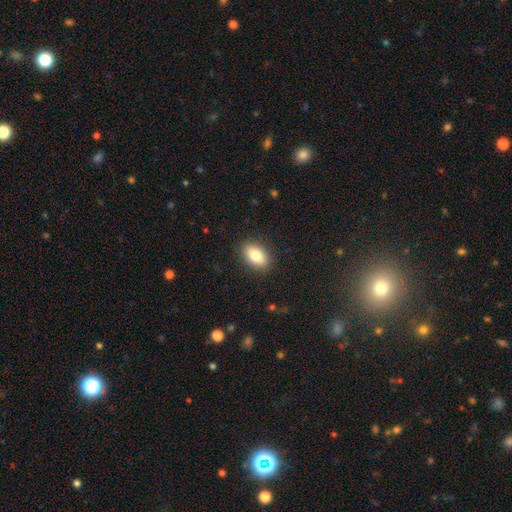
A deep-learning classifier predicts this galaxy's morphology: This is clearly a smooth galaxy (81%). How rounded: clearly in between (89%). Merging: clearly none (88%).